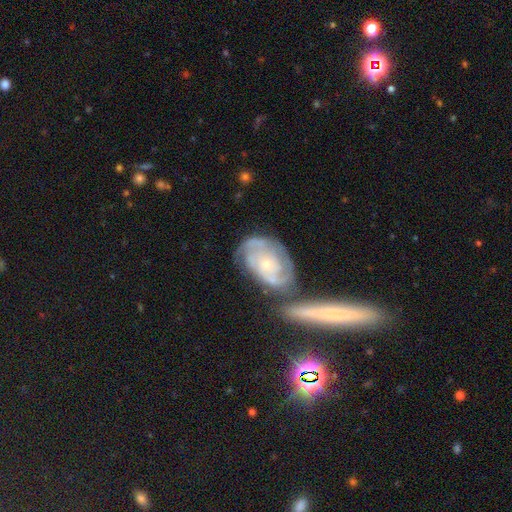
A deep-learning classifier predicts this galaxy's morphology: This appears to be a featured or disk galaxy (65%) with no bar (67%), spiral arms (84%) and a small central bulge (49%). Merging: none (67%).